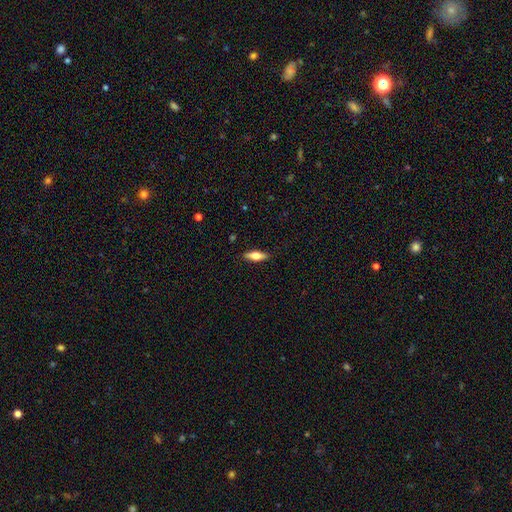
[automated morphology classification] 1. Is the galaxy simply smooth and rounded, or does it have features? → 57% smooth, 37% featured or disk, 6% star or artifact.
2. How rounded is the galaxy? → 49% in between (tied), 49% cigar-shaped (tied), 3% round.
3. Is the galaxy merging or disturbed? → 88% none, 9% minor disturbance, 2% major disturbance, 1% merger.